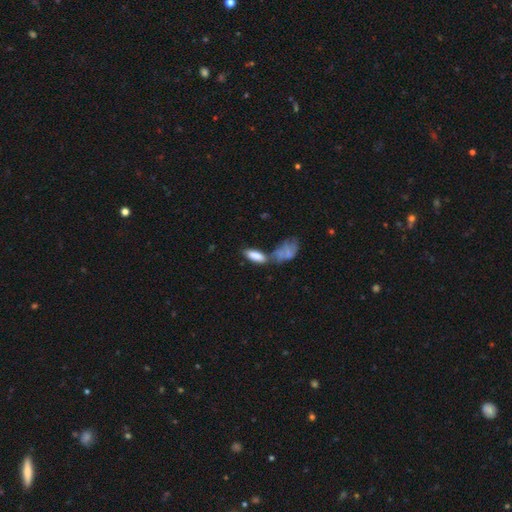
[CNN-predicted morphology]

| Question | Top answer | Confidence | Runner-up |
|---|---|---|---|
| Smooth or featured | smooth | 79% | featured or disk (14%) |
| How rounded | in between | 73% | cigar-shaped (24%) |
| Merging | none | 42% | merger (35%) |